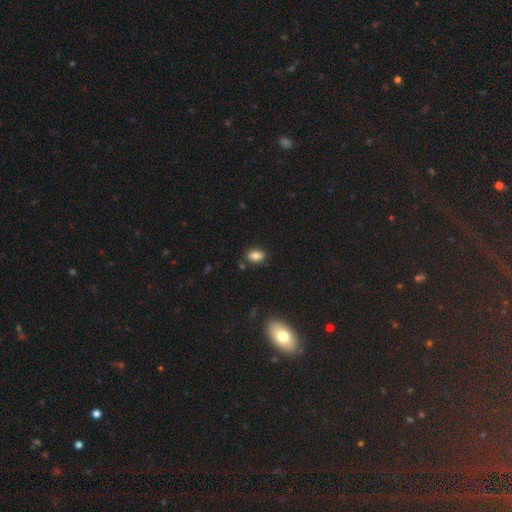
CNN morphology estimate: smooth 83%, star or artifact 11%, featured or disk 6%. Down the decision tree: how rounded — in between (82%); merging — none (83%).